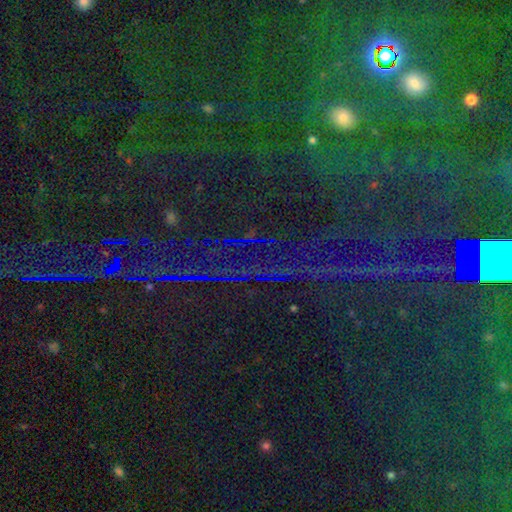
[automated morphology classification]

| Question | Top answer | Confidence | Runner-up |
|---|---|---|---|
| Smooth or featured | star or artifact | 86% | smooth (8%) |